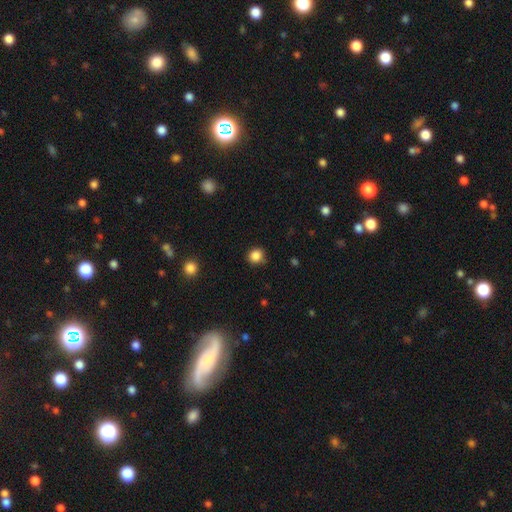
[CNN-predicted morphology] smooth_or_featured: smooth (p=0.85) [alt: star or artifact p=0.12]
how_rounded: round (p=0.88) [alt: in between p=0.11]
merging: none (p=0.85) [alt: minor disturbance p=0.11]